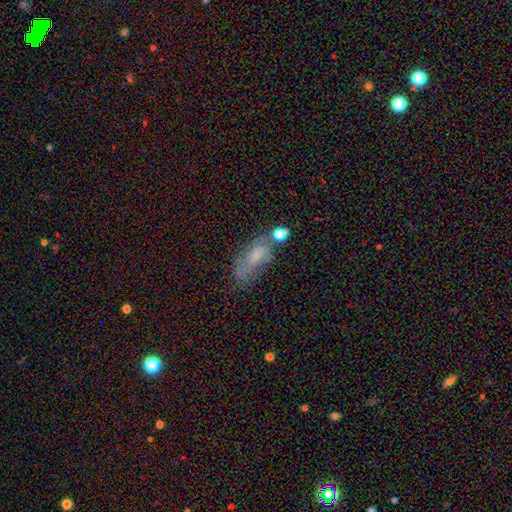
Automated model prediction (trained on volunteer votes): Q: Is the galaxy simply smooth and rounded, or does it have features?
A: smooth — 55%.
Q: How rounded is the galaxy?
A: in between — 68%.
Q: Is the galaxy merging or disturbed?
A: none — 45%.